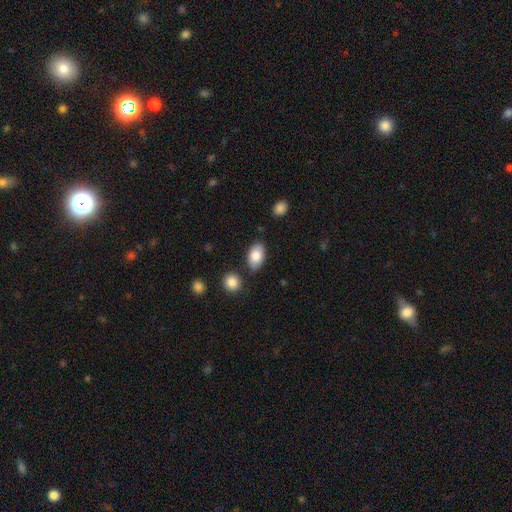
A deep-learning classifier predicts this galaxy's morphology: Smooth or featured? smooth (84%)
How rounded? in between (92%)
Merging? none (80%)